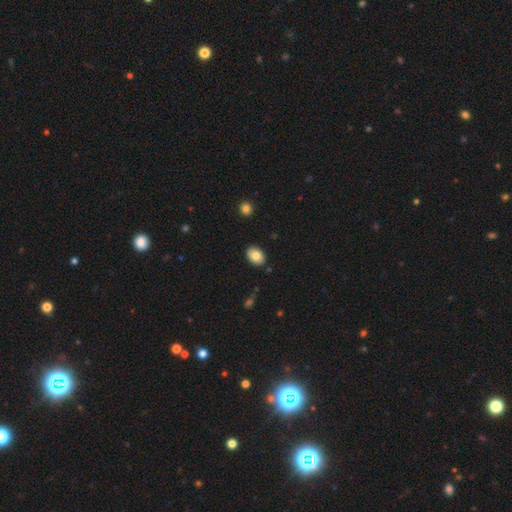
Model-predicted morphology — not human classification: Q: Smooth or featured?
A: smooth (82%); runner-up: featured or disk (11%)
Q: How rounded?
A: in between (82%); runner-up: round (17%)
Q: Merging?
A: none (88%); runner-up: minor disturbance (9%)